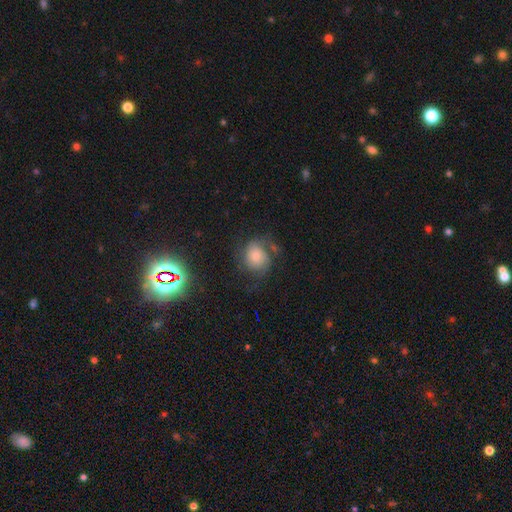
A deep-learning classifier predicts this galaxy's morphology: Smooth or featured? featured or disk (43%)
Merging? none (56%)